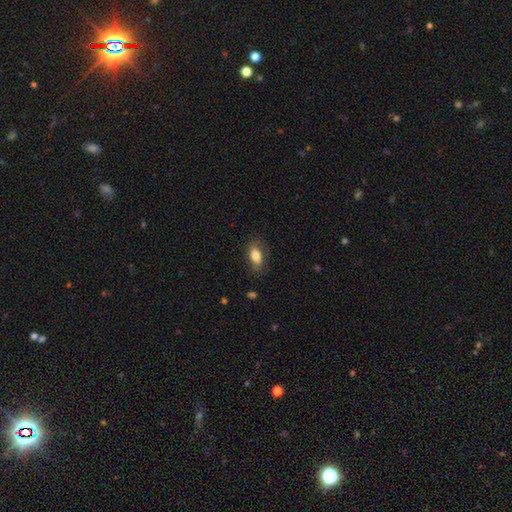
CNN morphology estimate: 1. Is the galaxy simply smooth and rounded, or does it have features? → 77% smooth, 16% featured or disk, 7% star or artifact.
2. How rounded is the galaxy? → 86% in between, 7% round, 7% cigar-shaped.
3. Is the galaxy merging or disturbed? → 73% none, 19% minor disturbance, 6% major disturbance, 1% merger.